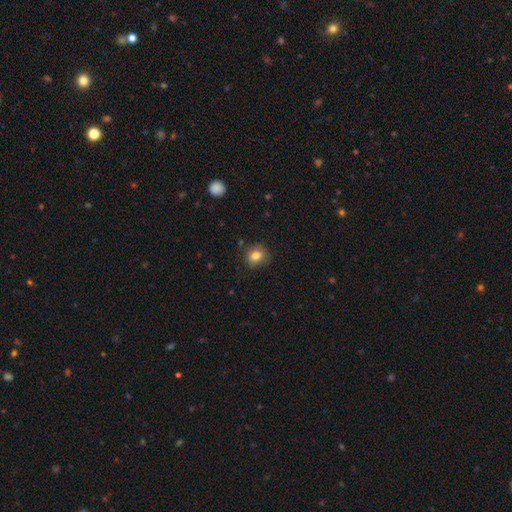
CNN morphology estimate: smooth_or_featured: smooth (p=0.82) [alt: star or artifact p=0.11]
how_rounded: round (p=0.66) [alt: in between p=0.33]
merging: none (p=0.81) [alt: minor disturbance p=0.14]